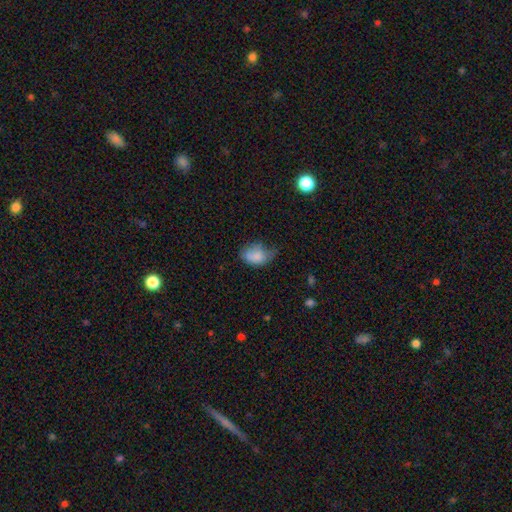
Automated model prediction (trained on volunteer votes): Smooth or featured: smooth — 78% (featured or disk — 13%)
How rounded: in between — 77% (round — 21%)
Merging: minor disturbance — 43% (none — 31%)